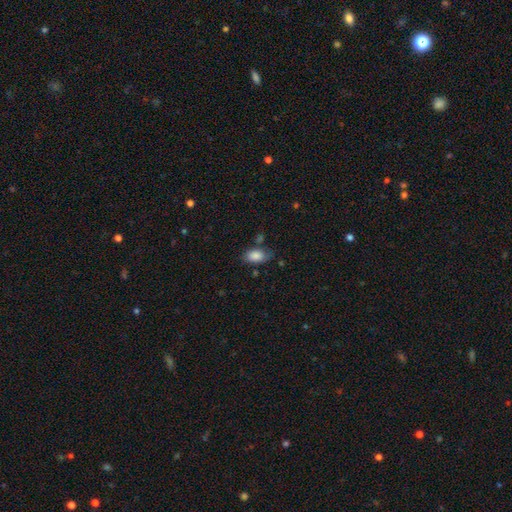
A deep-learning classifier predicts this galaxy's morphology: smooth 86%, star or artifact 8%, featured or disk 7%. Down the decision tree: how rounded — in between (91%); merging — none (66%).